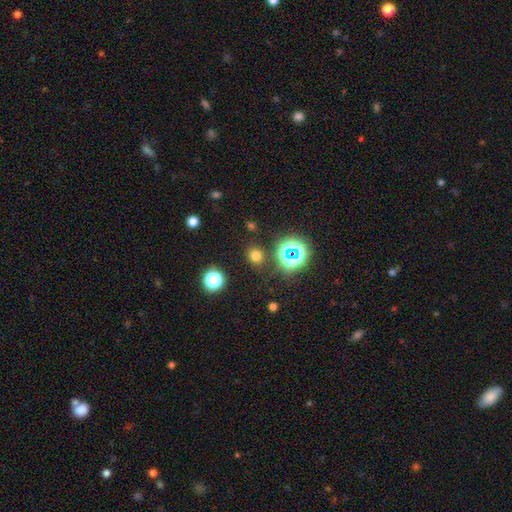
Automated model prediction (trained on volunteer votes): smooth 69%, star or artifact 25%, featured or disk 6%. Down the decision tree: how rounded — round (80%); merging — none (86%).